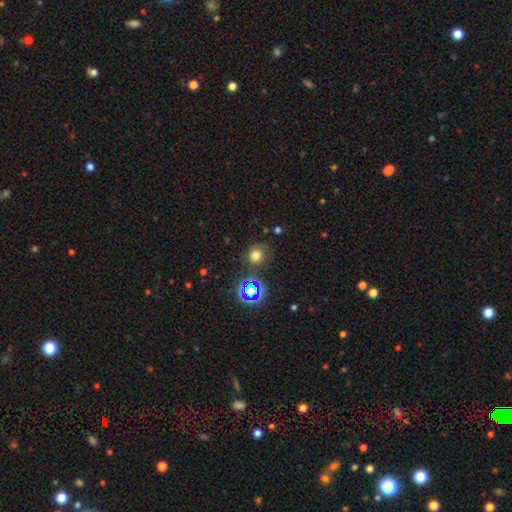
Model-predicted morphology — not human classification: type=smooth (67%); roundness=round (80%); merging=none (73%).